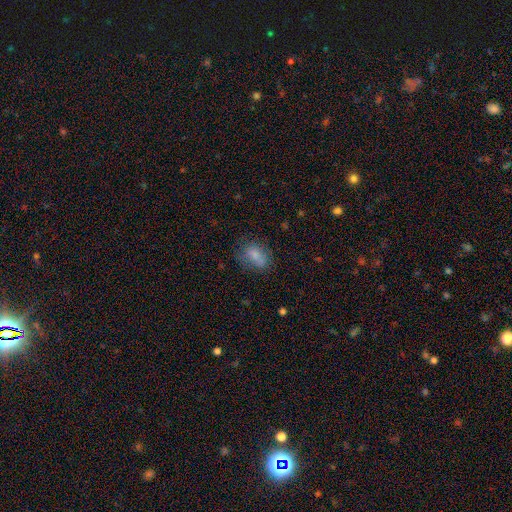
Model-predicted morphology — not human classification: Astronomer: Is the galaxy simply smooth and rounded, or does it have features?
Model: smooth — 77%.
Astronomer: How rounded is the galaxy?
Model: in between — 80%.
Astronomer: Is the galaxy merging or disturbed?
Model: none — 62%.